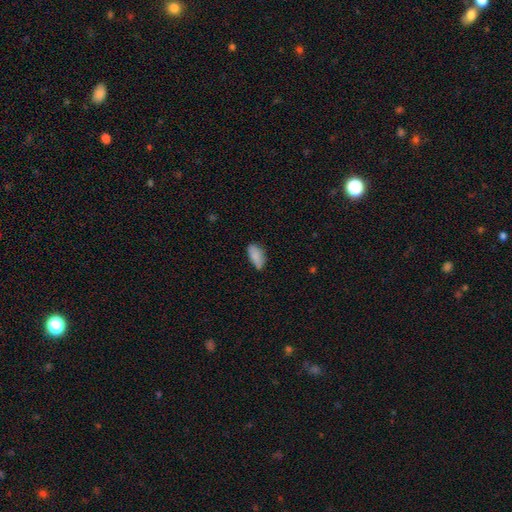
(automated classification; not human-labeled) Q: Smooth or featured?
A: smooth (84%); runner-up: featured or disk (8%)
Q: How rounded?
A: in between (92%); runner-up: cigar-shaped (5%)
Q: Merging?
A: none (61%); runner-up: minor disturbance (31%)